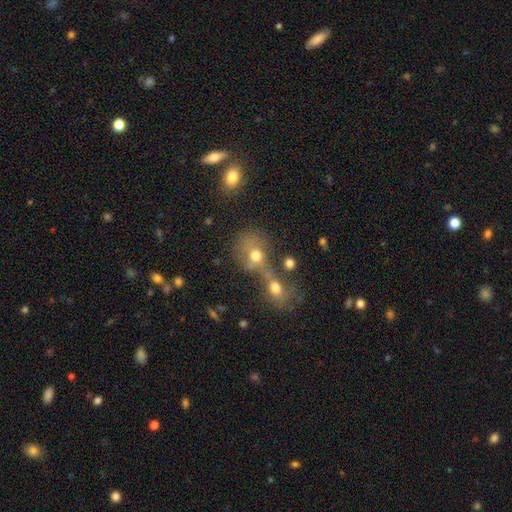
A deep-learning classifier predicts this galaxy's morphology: This appears to be a smooth galaxy with no disk features (68%) that is round (57%). Merging: merger (61%).